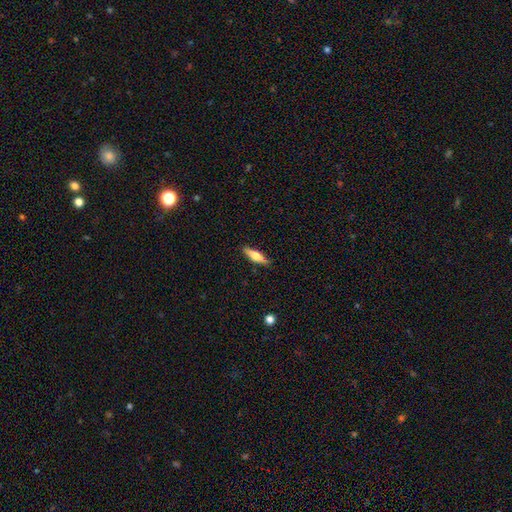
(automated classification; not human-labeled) Smooth or featured?
  - smooth: 50% *
  - featured or disk: 44%
  - star or artifact: 6%
Merging?
  - none: 88% *
  - minor disturbance: 9%
  - major disturbance: 2%
  - merger: 1%